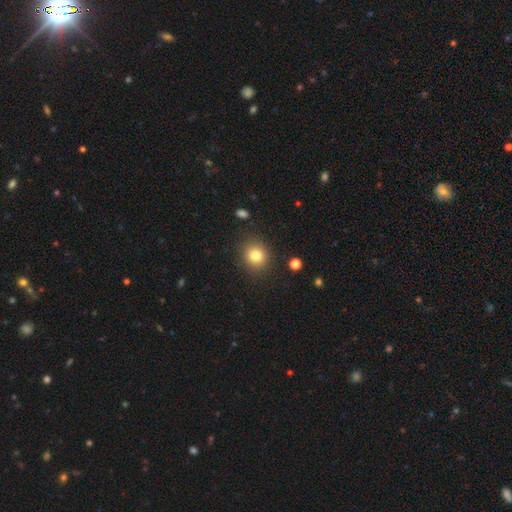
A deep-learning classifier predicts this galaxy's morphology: Smooth or featured? Predicted: smooth (p=0.81). How rounded? Predicted: round (p=0.83). Merging? Predicted: none (p=0.87).